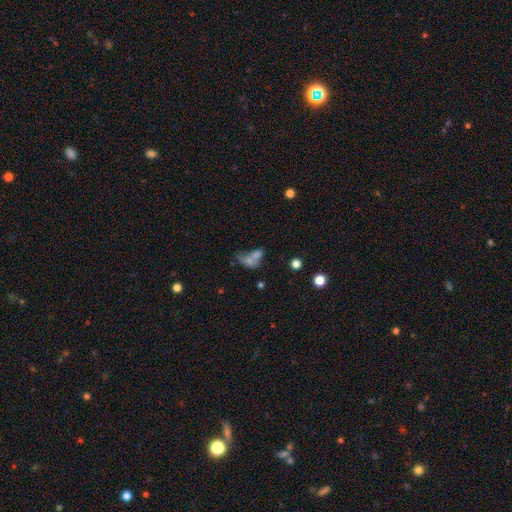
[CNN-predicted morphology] Smooth or featured: smooth — 63% (featured or disk — 22%)
How rounded: in between — 71% (round — 25%)
Merging: merger — 59% (none — 19%)